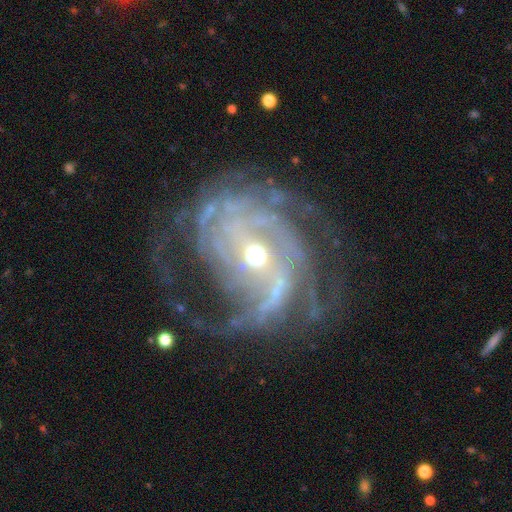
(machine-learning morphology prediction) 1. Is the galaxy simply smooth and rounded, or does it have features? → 89% featured or disk, 6% star or artifact, 5% smooth.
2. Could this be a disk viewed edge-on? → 97% no, 3% yes.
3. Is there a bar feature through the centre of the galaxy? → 42% no, 34% weak, 24% strong.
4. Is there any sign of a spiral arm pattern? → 95% yes, 5% no.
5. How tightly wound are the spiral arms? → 40% medium, 39% tight, 20% loose.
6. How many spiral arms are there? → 30% 2, 21% can't tell, 19% 3, 12% 4, 9% more than 4, 8% 1.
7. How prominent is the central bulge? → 53% moderate, 41% small, 4% large, 1% none, 1% dominant.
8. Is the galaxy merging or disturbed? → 59% none, 19% minor disturbance, 19% major disturbance, 3% merger.